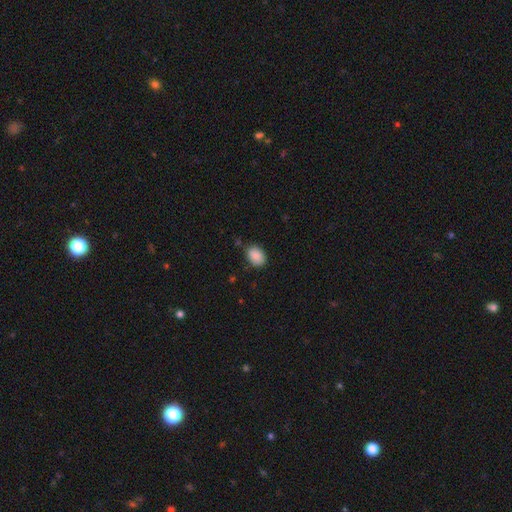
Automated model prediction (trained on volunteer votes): Smooth or featured? Predicted: smooth (p=0.89). How rounded? Predicted: in between (p=0.79). Merging? Predicted: none (p=0.81).